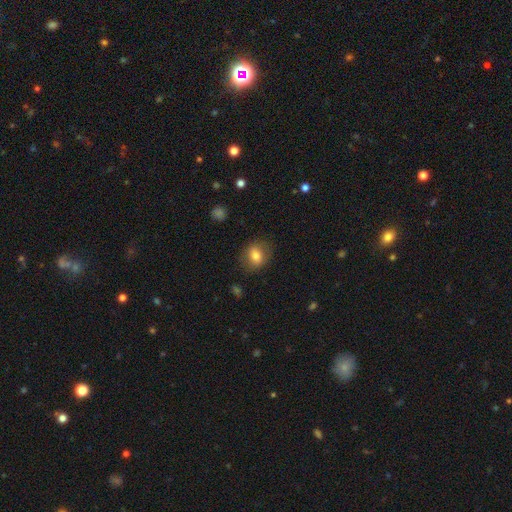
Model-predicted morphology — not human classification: smooth_or_featured: smooth (p=0.75) [alt: featured or disk p=0.16]
how_rounded: round (p=0.52) [alt: in between p=0.47]
merging: none (p=0.80) [alt: minor disturbance p=0.14]